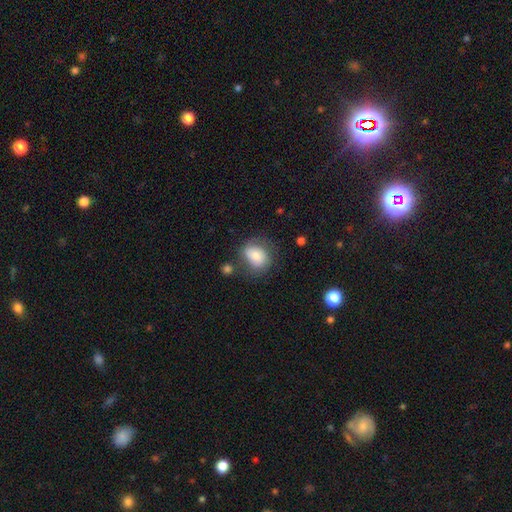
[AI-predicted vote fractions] smooth-or-featured: smooth: 70% | featured or disk: 22% | star or artifact: 8%
  how-rounded: in between: 50% | round: 49% | cigar-shaped: 1%
  merging: none: 59% | minor disturbance: 23% | major disturbance: 12% | merger: 6%